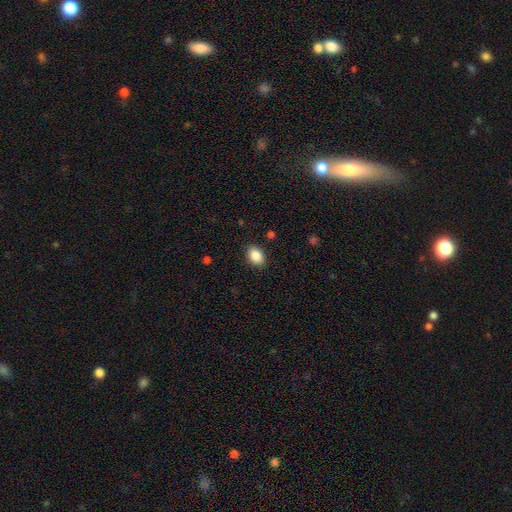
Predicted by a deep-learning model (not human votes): A smooth galaxy with no disk features (87%) that is in between round and cigar-shaped (75%). Merging: none (87%).